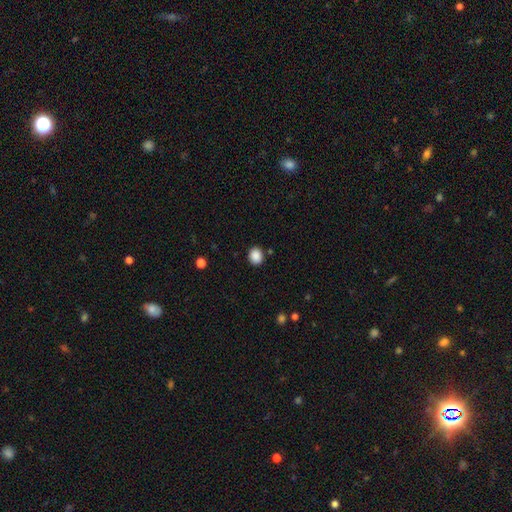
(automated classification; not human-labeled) Smooth or featured? Predicted: smooth (p=0.88). How rounded? Predicted: round (p=0.67). Merging? Predicted: none (p=0.88).